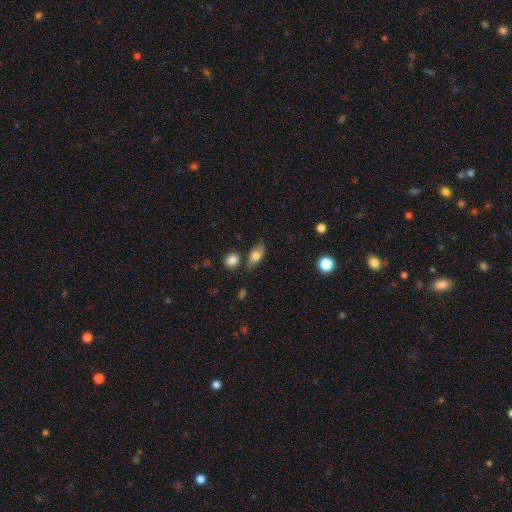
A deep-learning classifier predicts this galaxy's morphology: Q: Smooth or featured?
A: smooth (68%); runner-up: featured or disk (24%)
Q: How rounded?
A: in between (80%); runner-up: cigar-shaped (13%)
Q: Merging?
A: none (68%); runner-up: minor disturbance (20%)